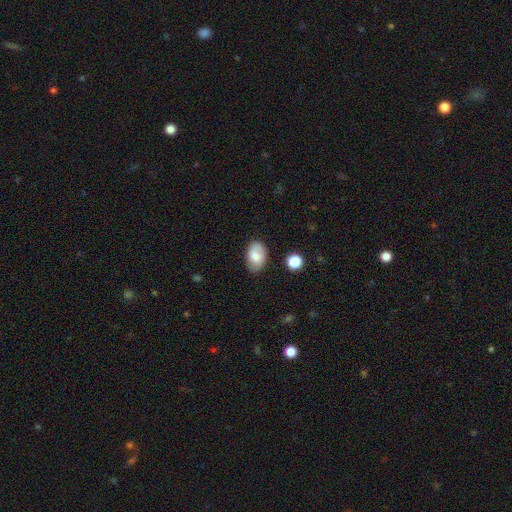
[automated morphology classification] smooth 72%, featured or disk 20%, star or artifact 8%. Down the decision tree: how rounded — in between (89%); merging — none (77%).